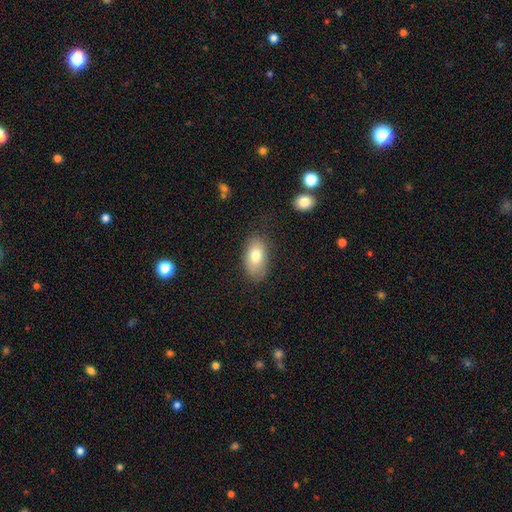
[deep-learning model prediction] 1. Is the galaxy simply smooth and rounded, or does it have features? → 76% smooth, 16% featured or disk, 8% star or artifact.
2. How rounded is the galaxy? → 90% in between, 7% round, 2% cigar-shaped.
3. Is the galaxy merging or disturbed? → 77% none, 17% minor disturbance, 5% major disturbance, 2% merger.